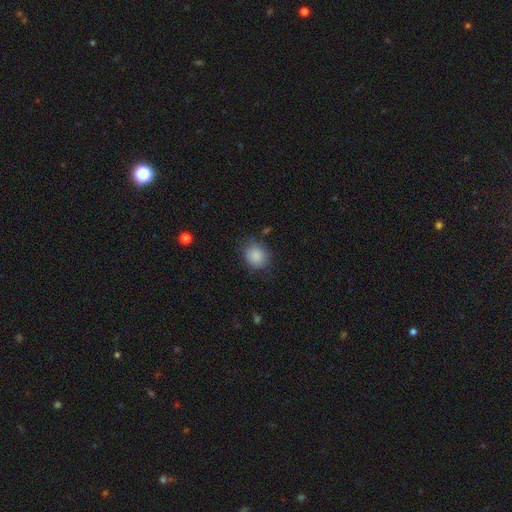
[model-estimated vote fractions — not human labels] smooth_or_featured: smooth (p=0.87) [alt: star or artifact p=0.08]
how_rounded: round (p=0.72) [alt: in between p=0.27]
merging: none (p=0.75) [alt: minor disturbance p=0.18]